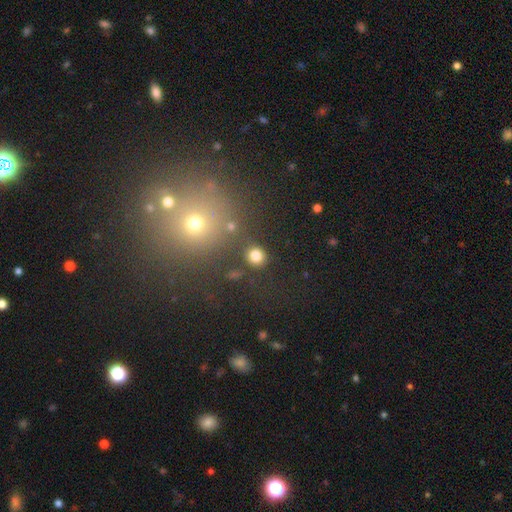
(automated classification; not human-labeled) smooth 81%, star or artifact 13%, featured or disk 6%. Down the decision tree: how rounded — round (86%); merging — none (83%).